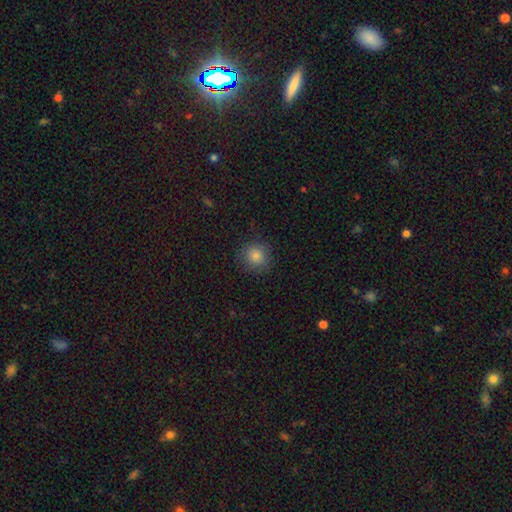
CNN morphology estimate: smooth 82%, star or artifact 13%, featured or disk 5%. Down the decision tree: how rounded — round (92%); merging — none (87%).